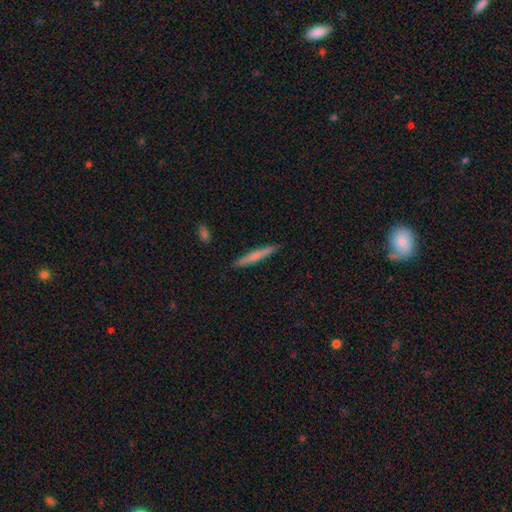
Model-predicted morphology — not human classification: type=smooth (65%); roundness=cigar-shaped (96%); merging=none (90%).